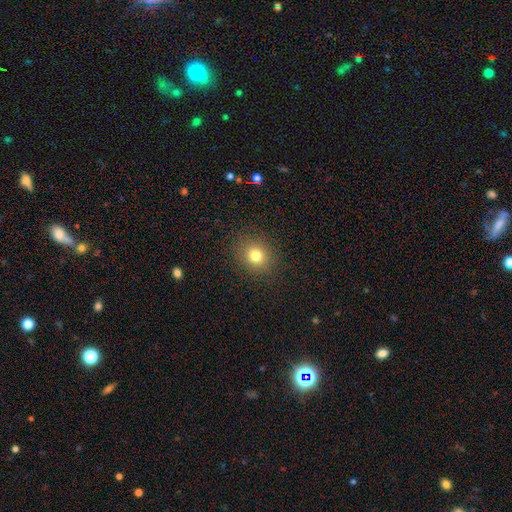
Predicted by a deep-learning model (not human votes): This appears to be a smooth galaxy with no disk features (79%) that is round (76%). Merging: none (89%).